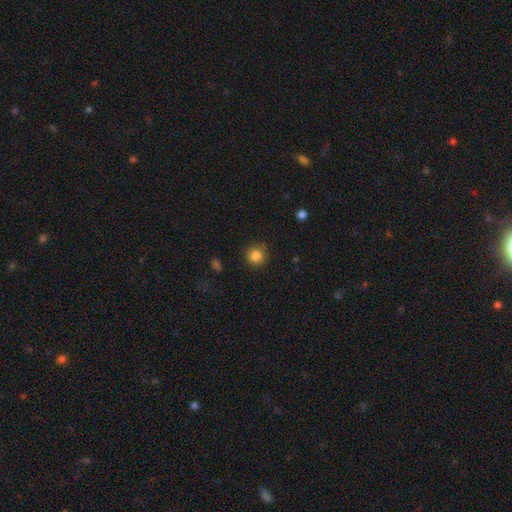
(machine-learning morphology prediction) smooth 84%, star or artifact 11%, featured or disk 5%. Down the decision tree: how rounded — round (93%); merging — none (86%).